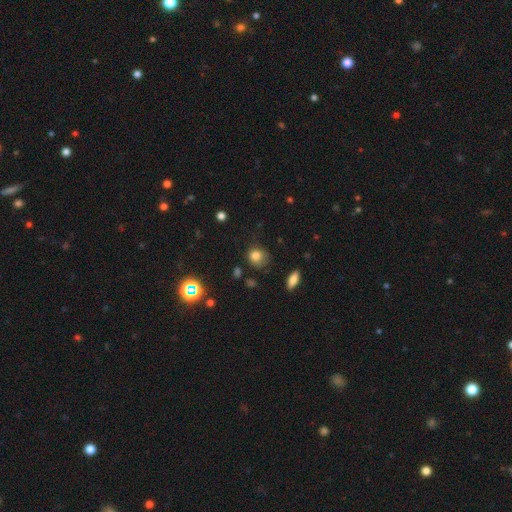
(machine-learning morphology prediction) smooth 78%, star or artifact 14%, featured or disk 8%. Down the decision tree: how rounded — round (71%); merging — none (60%).